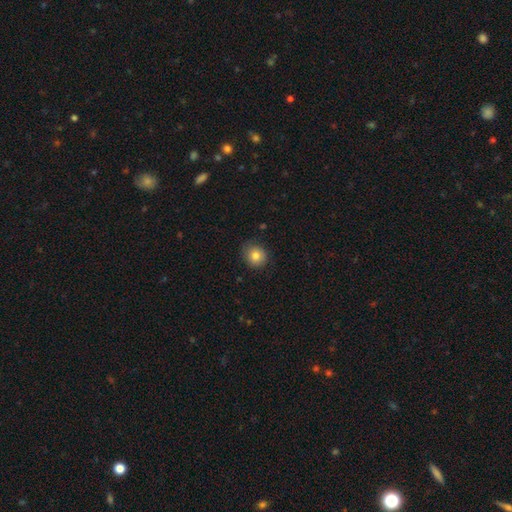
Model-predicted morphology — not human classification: Overall: smooth (81%). How rounded: round (85%). Merging: none (83%).